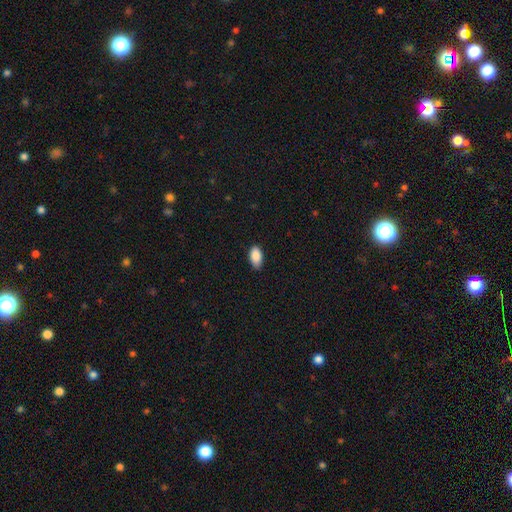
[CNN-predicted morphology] This is clearly a smooth galaxy (89%). How rounded: clearly in between (94%). Merging: likely none (79%).